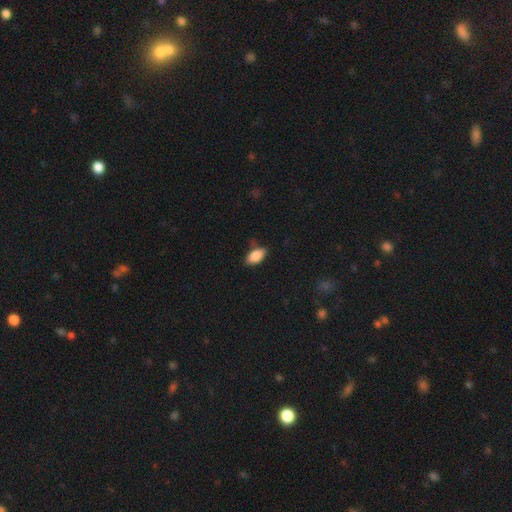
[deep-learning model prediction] smooth 86%, star or artifact 7%, featured or disk 7%. Down the decision tree: how rounded — in between (91%); merging — none (73%).